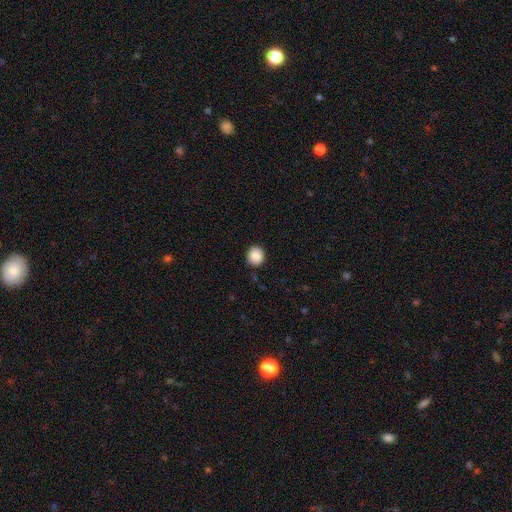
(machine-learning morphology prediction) A smooth galaxy with no disk features (88%) that is round (85%). Merging: none (91%).